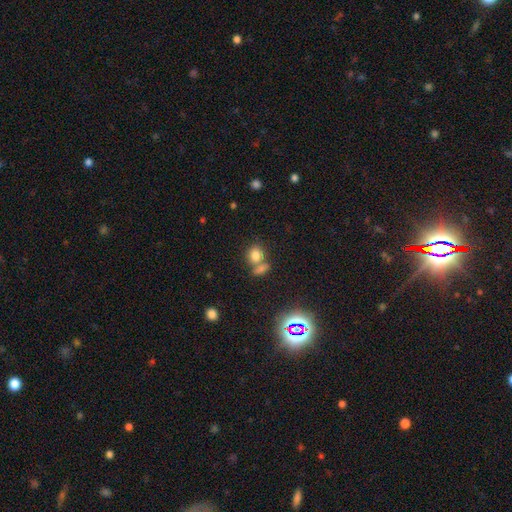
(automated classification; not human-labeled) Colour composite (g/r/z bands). It shows a smooth galaxy with no disk features (77%) that is round (62%). Merging: none (47%).